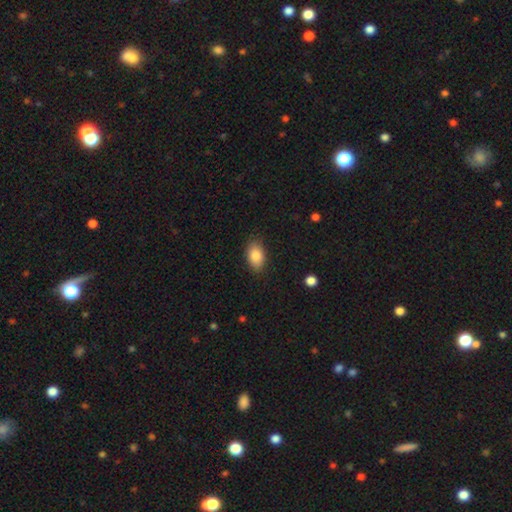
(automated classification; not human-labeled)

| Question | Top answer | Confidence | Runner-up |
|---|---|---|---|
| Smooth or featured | smooth | 86% | star or artifact (7%) |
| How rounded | in between | 91% | round (7%) |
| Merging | none | 85% | minor disturbance (11%) |